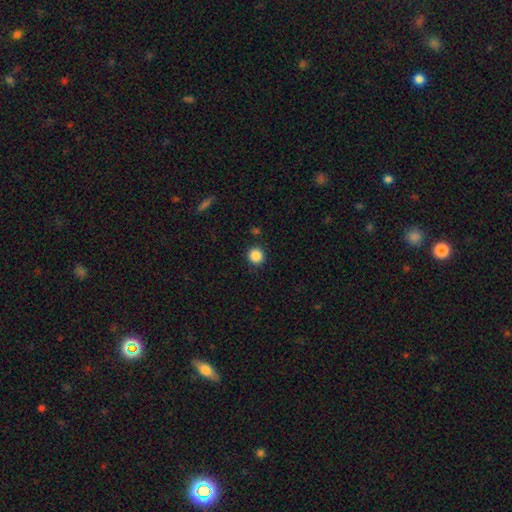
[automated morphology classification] Smooth or featured?
  - smooth: 87% *
  - star or artifact: 10%
  - featured or disk: 3%
How rounded?
  - round: 93% *
  - in between: 6%
  - cigar-shaped: 1%
Merging?
  - none: 90% *
  - minor disturbance: 6%
  - major disturbance: 2%
  - merger: 2%